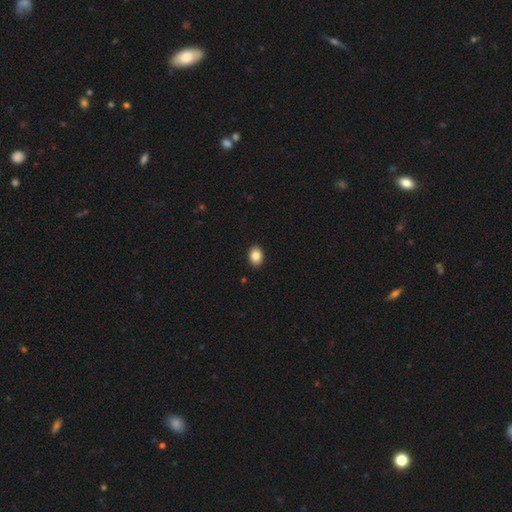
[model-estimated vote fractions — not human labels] A smooth galaxy with no disk features (86%) that is in between round and cigar-shaped (69%). Merging: none (91%).